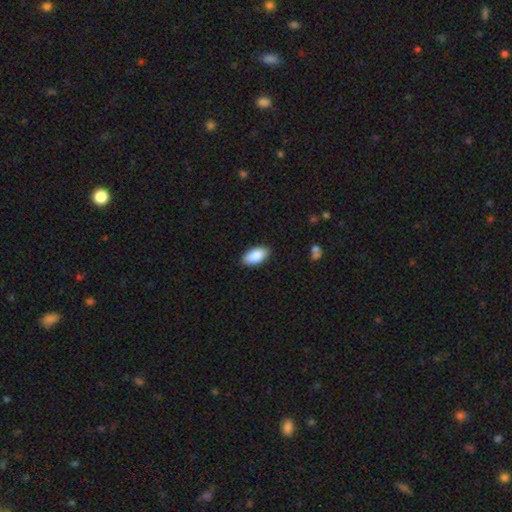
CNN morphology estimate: This is clearly a smooth galaxy (89%). How rounded: clearly in between (94%). Merging: clearly none (88%).